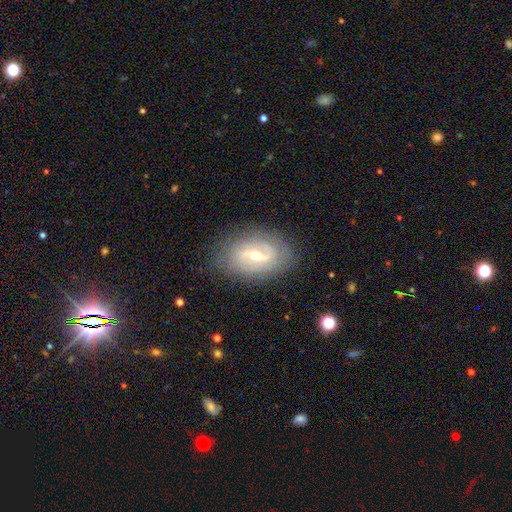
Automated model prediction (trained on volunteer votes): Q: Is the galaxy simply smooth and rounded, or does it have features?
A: featured or disk — 81%.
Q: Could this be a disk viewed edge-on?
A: no — 94%.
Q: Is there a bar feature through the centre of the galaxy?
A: weak — 46%.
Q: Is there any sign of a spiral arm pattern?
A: yes — 84%.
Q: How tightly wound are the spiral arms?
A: tight — 40%.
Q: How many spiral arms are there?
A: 2 — 69%.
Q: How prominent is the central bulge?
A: moderate — 55%.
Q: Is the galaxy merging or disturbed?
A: none — 81%.